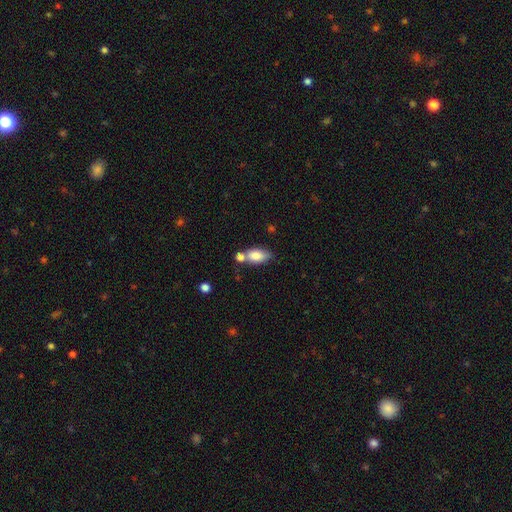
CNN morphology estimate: A smooth galaxy with no disk features (81%) that is in between round and cigar-shaped (88%).

Vote fractions:
- Smooth or featured? smooth: 81% / featured or disk: 11% / star or artifact: 8%
- How rounded? in between: 88% / cigar-shaped: 6% / round: 6%
- Merging? none: 48% / merger: 29% / minor disturbance: 17% / major disturbance: 6%